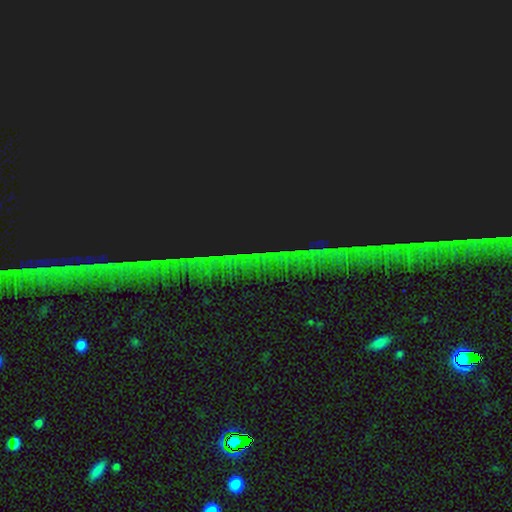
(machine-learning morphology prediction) star or artifact 85%, featured or disk 8%, smooth 7%.